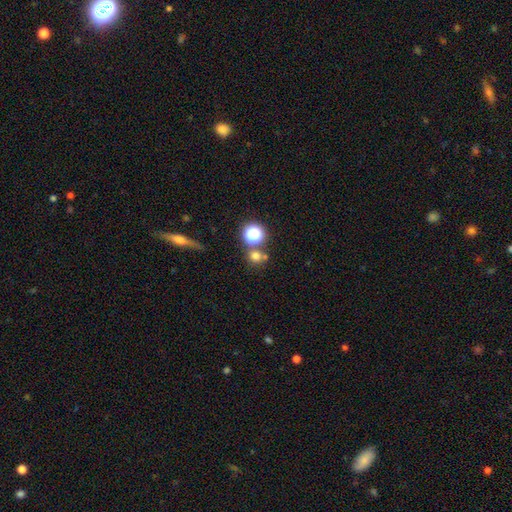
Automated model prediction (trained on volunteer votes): Smooth or featured?
  - smooth: 69% *
  - star or artifact: 23%
  - featured or disk: 8%
How rounded?
  - round: 87% *
  - in between: 12%
  - cigar-shaped: 1%
Merging?
  - none: 67% *
  - merger: 21%
  - minor disturbance: 8%
  - major disturbance: 4%